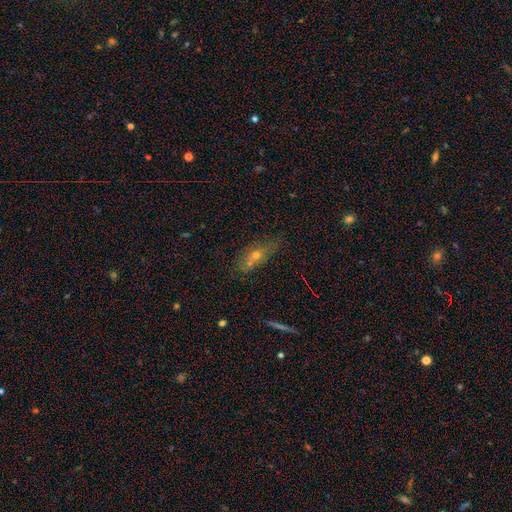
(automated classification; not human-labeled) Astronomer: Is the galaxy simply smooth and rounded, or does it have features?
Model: smooth — 43% (runner-up: featured or disk, 39%).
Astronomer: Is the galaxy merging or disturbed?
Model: none — 64%.